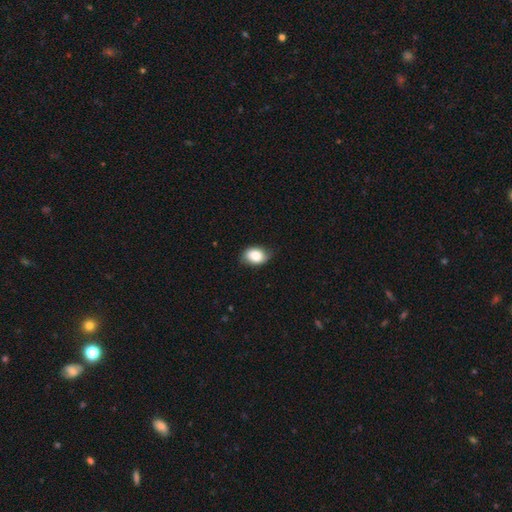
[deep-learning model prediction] The model was most divided on "merging": none: 74%, minor disturbance: 21%, major disturbance: 4%, merger: 1%. More confident: smooth or featured — smooth (81%); how rounded — in between (77%).